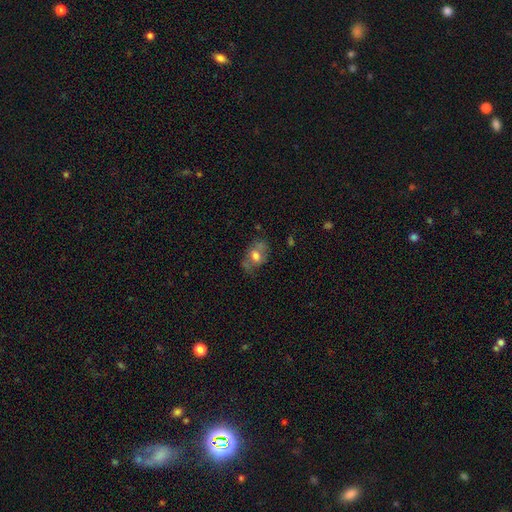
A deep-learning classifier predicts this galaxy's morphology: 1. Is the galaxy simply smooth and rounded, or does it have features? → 56% smooth, 35% featured or disk, 10% star or artifact.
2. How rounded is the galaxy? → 76% in between, 22% round, 2% cigar-shaped.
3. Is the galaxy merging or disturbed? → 49% none, 28% minor disturbance, 18% major disturbance, 5% merger.